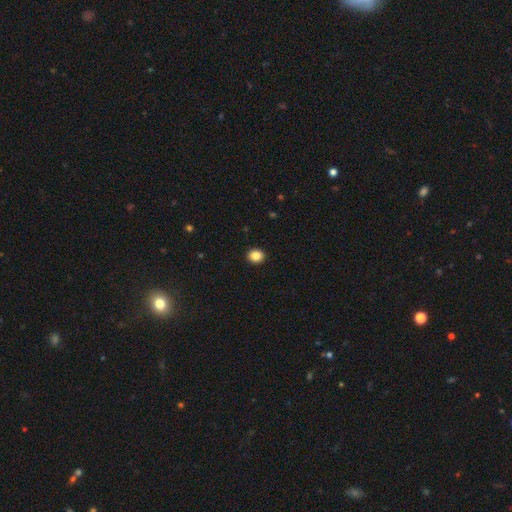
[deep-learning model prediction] A smooth galaxy with no disk features (86%) that is round (67%).

Vote fractions:
- Smooth or featured? smooth: 86% / star or artifact: 9% / featured or disk: 5%
- How rounded? round: 67% / in between: 32% / cigar-shaped: 1%
- Merging? none: 93% / minor disturbance: 5% / major disturbance: 1% / merger: 1%